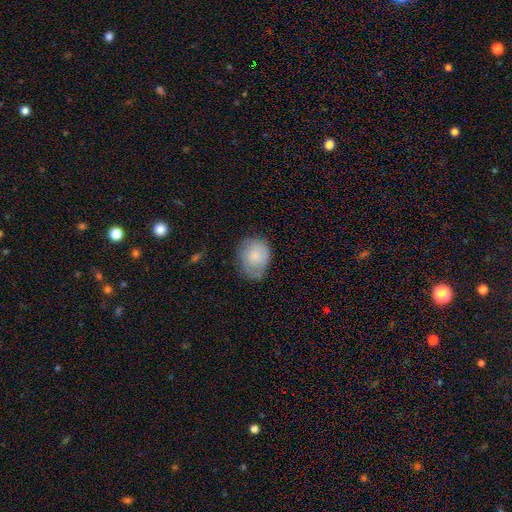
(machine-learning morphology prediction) Smooth or featured? smooth (76%)
How rounded? in between (51%)
Merging? none (58%)